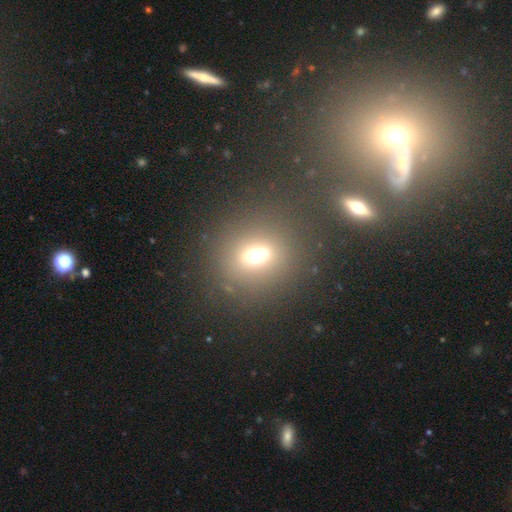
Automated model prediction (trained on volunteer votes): Q: Smooth or featured?
A: smooth (62%); runner-up: star or artifact (23%)
Q: How rounded?
A: round (73%); runner-up: in between (25%)
Q: Merging?
A: none (53%); runner-up: merger (31%)